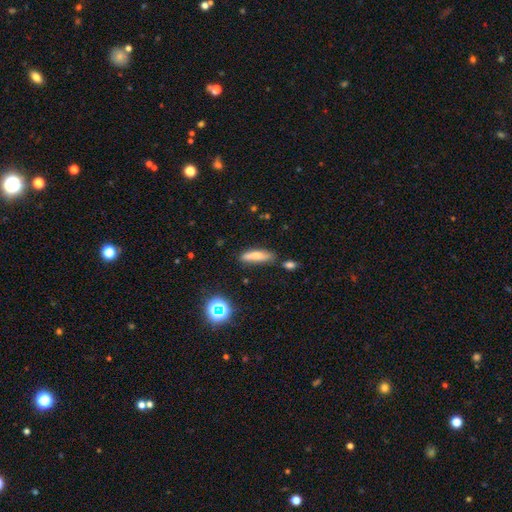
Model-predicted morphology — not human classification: Smooth or featured?
  - smooth: 66% *
  - featured or disk: 25%
  - star or artifact: 10%
How rounded?
  - cigar-shaped: 67% *
  - in between: 31%
  - round: 3%
Merging?
  - none: 72% *
  - minor disturbance: 17%
  - merger: 6%
  - major disturbance: 4%